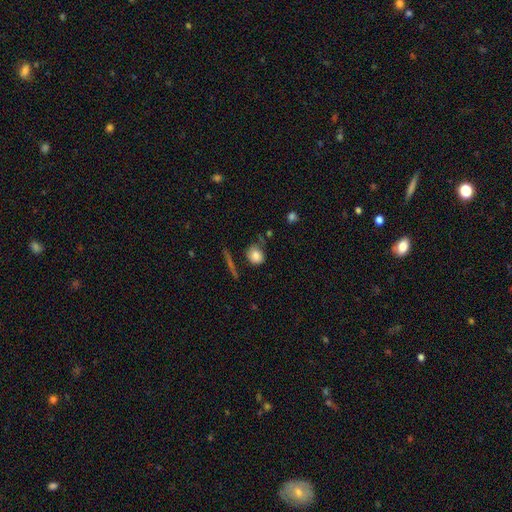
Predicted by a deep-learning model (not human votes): A smooth galaxy with no disk features (82%) that is round (74%).

Vote fractions:
- Smooth or featured? smooth: 82% / featured or disk: 9% / star or artifact: 9%
- How rounded? round: 74% / in between: 24% / cigar-shaped: 2%
- Merging? none: 63% / minor disturbance: 22% / major disturbance: 8% / merger: 7%